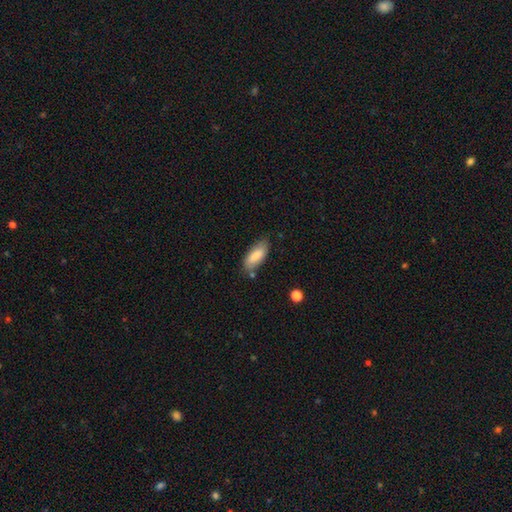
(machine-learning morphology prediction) A smooth galaxy with no disk features (83%) that is in between round and cigar-shaped (81%). Merging: none (73%).